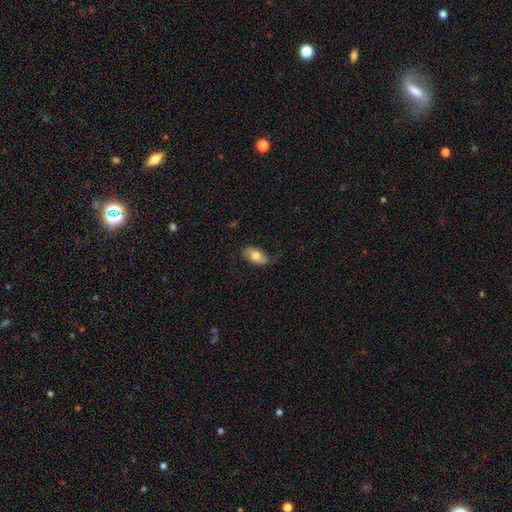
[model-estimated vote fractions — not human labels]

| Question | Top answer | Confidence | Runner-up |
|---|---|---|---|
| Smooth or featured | smooth | 69% | featured or disk (25%) |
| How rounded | in between | 92% | round (5%) |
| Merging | none | 72% | minor disturbance (21%) |